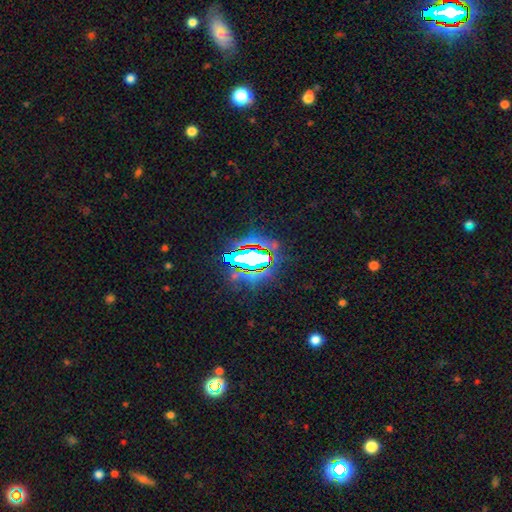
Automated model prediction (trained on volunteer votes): Q: Smooth or featured?
A: star or artifact (65%); runner-up: smooth (18%)